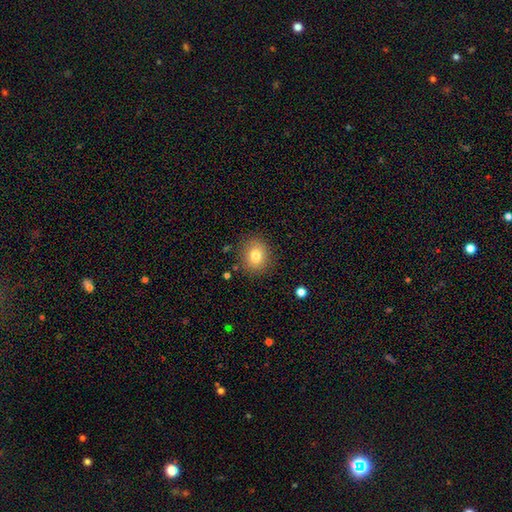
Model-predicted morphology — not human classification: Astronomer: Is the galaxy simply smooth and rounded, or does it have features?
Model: smooth — 80%.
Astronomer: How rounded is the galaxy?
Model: round — 65%.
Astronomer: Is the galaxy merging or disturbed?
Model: none — 86%.